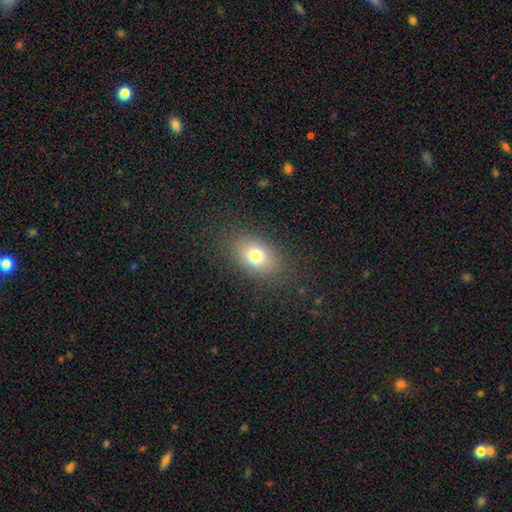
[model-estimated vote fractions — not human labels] Overall: smooth (76%). How rounded: in between (77%). Merging: none (84%).